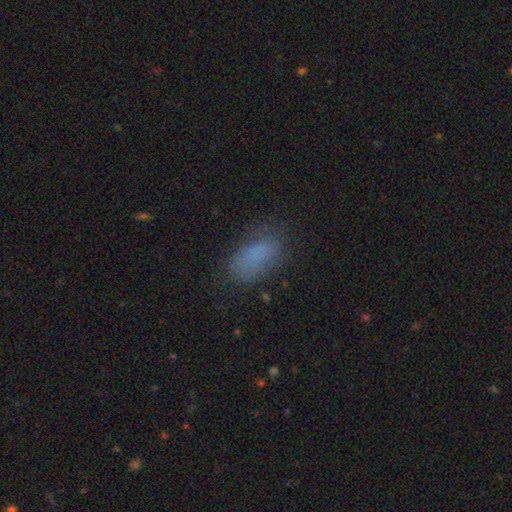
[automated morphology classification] This is likely a smooth galaxy (80%). How rounded: clearly in between (90%). Merging: likely none (72%).